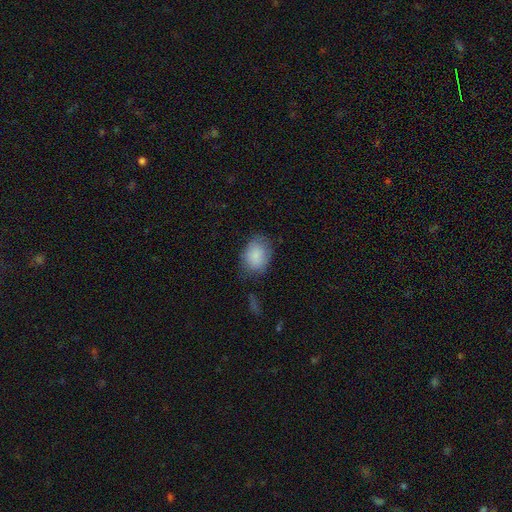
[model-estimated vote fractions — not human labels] A smooth galaxy with no disk features (87%) that is in between round and cigar-shaped (66%).

Vote fractions:
- Smooth or featured? smooth: 87% / star or artifact: 7% / featured or disk: 6%
- How rounded? in between: 66% / round: 33% / cigar-shaped: 1%
- Merging? none: 68% / minor disturbance: 22% / major disturbance: 7% / merger: 2%